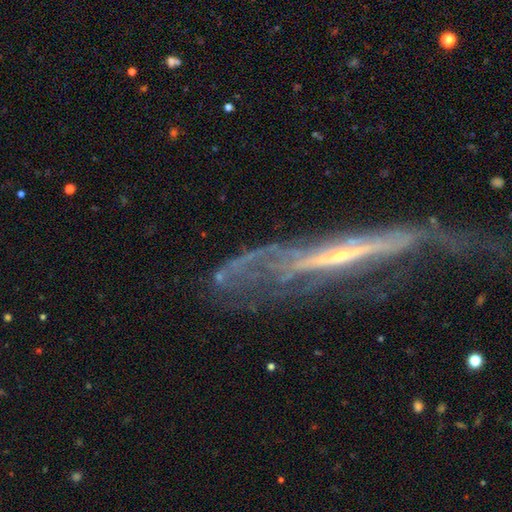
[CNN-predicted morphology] Smooth or featured? featured or disk (79%)
Edge-on disk? yes (57%)
Merging? none (45%)